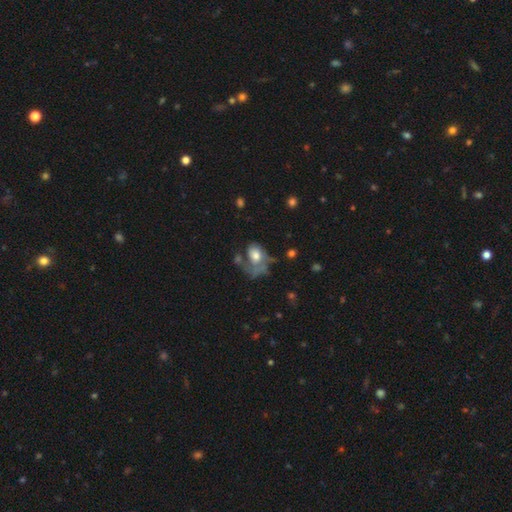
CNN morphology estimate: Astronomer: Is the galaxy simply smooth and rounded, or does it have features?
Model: smooth — 60%.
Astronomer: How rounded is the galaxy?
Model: in between — 72%.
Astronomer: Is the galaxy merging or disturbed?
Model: major disturbance — 42% (runner-up: none, 24%).